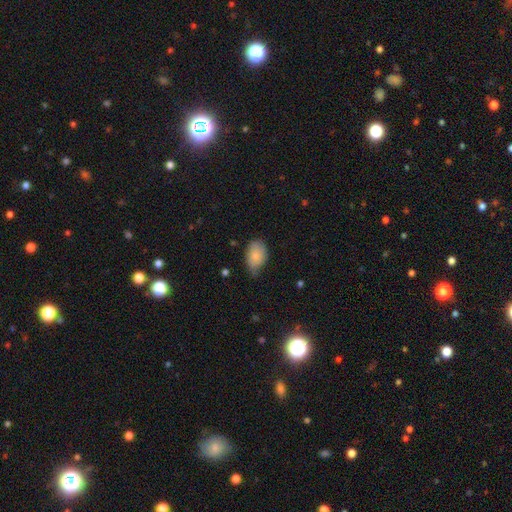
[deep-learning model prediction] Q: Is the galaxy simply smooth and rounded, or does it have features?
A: smooth — 81%.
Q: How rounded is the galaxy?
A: in between — 87%.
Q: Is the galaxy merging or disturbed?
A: none — 51%.